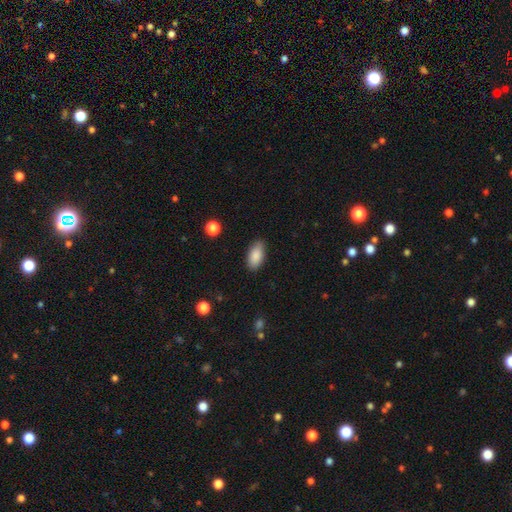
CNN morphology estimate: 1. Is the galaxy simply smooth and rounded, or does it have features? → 88% smooth, 7% star or artifact, 5% featured or disk.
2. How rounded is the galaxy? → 91% in between, 6% cigar-shaped, 3% round.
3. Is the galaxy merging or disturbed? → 85% none, 11% minor disturbance, 2% major disturbance, 1% merger.